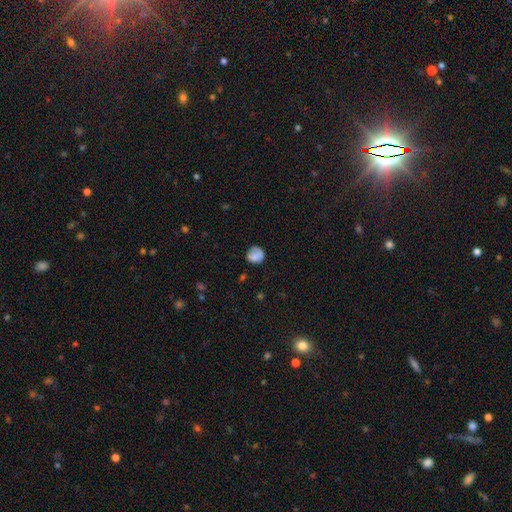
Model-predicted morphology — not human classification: smooth 73%, featured or disk 18%, star or artifact 9%. Down the decision tree: how rounded — round (84%); merging — none (61%).